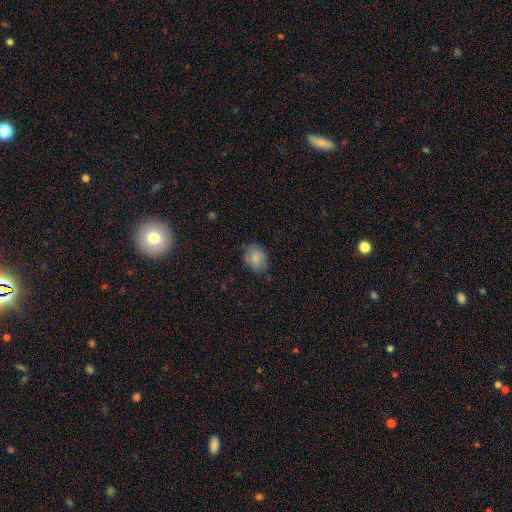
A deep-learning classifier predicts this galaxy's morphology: smooth 83%, featured or disk 9%, star or artifact 8%. Down the decision tree: how rounded — in between (64%); merging — none (77%).